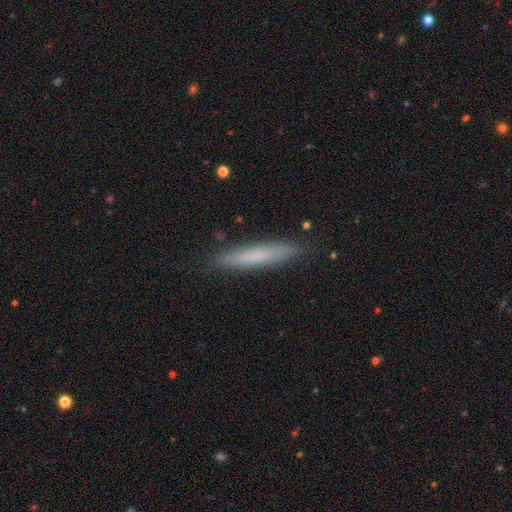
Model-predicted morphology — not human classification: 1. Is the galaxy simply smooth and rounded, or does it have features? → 71% smooth, 22% featured or disk, 7% star or artifact.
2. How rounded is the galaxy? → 93% cigar-shaped, 6% in between, 1% round.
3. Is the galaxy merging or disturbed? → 88% none, 9% minor disturbance, 2% major disturbance, 1% merger.